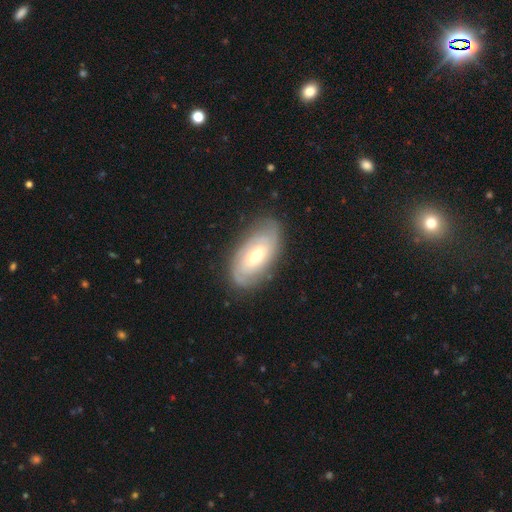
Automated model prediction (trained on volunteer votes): The model was most divided on "spiral arm count": 2: 42%, can't tell: 38%, 3: 9%, 1: 4%, 4: 4%, more than 4: 3%. More confident: edge-on disk — no (93%); spiral arms — yes (85%); merging — none (80%); smooth or featured — featured or disk (68%); spiral winding — tight (63%); bar — no (59%); bulge size — moderate (50%).